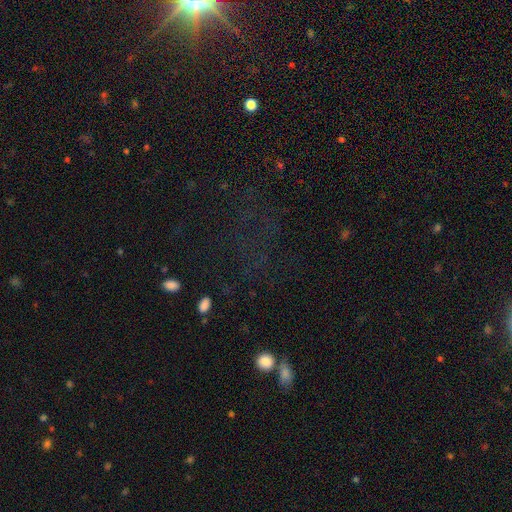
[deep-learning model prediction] A star or artifact, not a galaxy (64%).

Vote fractions:
- Smooth or featured? star or artifact: 64% / smooth: 22% / featured or disk: 14%